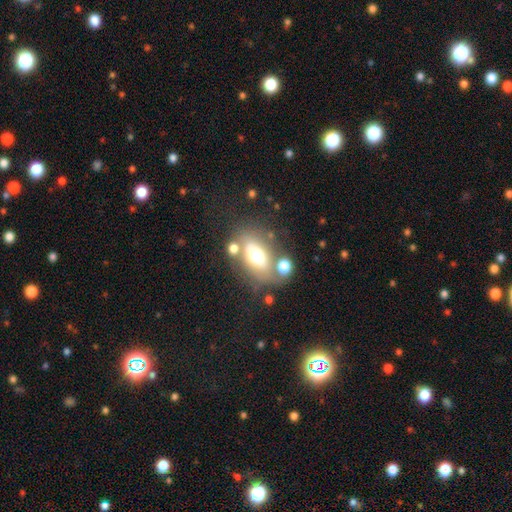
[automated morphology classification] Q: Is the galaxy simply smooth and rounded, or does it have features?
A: smooth — 54%.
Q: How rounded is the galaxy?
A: in between — 77%.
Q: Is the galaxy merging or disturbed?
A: none — 55%.